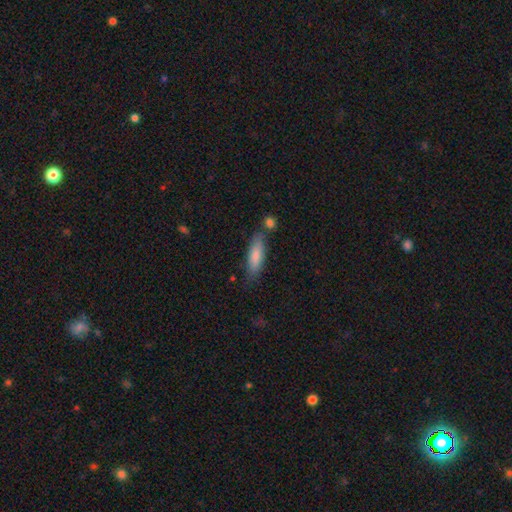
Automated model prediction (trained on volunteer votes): smooth-or-featured: smooth: 79% | featured or disk: 15% | star or artifact: 6%
  how-rounded: cigar-shaped: 53% | in between: 46% | round: 2%
  merging: none: 68% | minor disturbance: 18% | merger: 10% | major disturbance: 4%